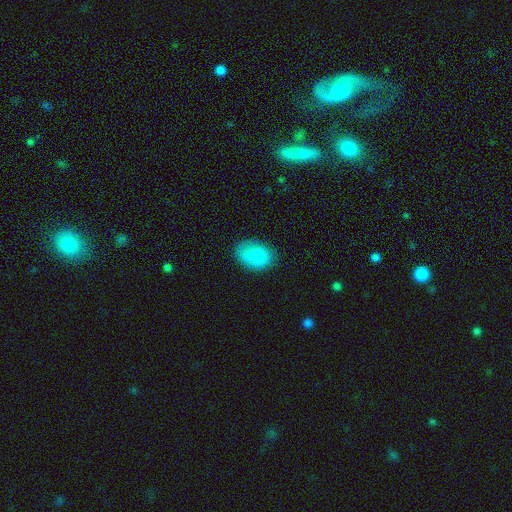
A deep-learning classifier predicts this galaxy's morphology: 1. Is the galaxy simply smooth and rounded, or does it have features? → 84% smooth, 9% featured or disk, 7% star or artifact.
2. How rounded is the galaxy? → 83% in between, 16% round, 1% cigar-shaped.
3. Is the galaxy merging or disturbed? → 77% none, 17% minor disturbance, 4% major disturbance, 1% merger.